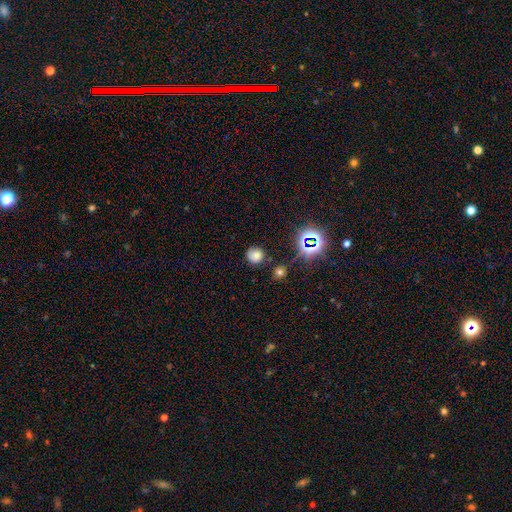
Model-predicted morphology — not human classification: Overall: smooth (71%). How rounded: round (88%). Merging: none (81%).